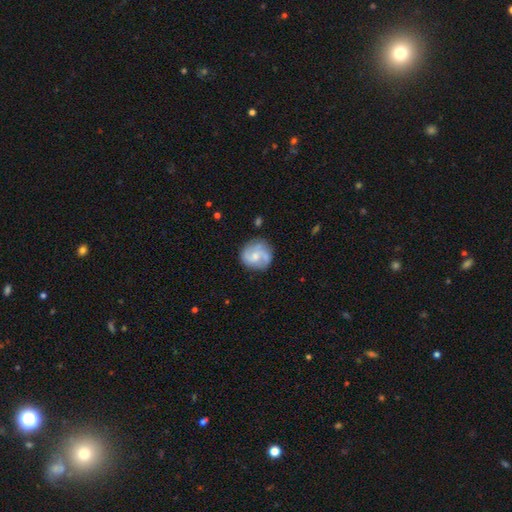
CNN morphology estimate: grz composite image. It shows a featured or disk galaxy (67%) with no bar (58%), 2 (56%) medium (48%) spiral arms (90%) and a small central bulge (48%). Merging: none (76%).